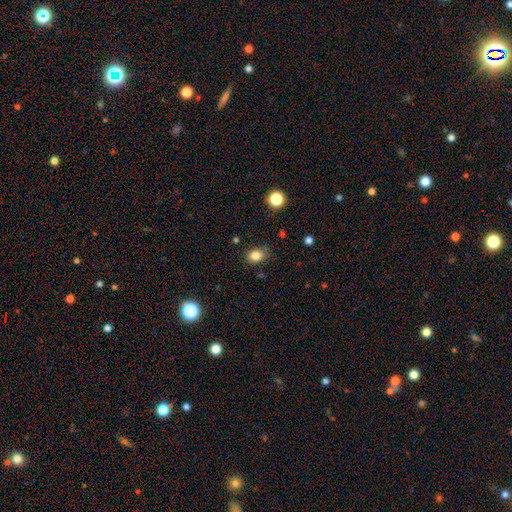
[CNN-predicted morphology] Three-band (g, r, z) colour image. It shows a smooth galaxy with no disk features (83%) that is in between round and cigar-shaped (59%). Merging: none (78%).